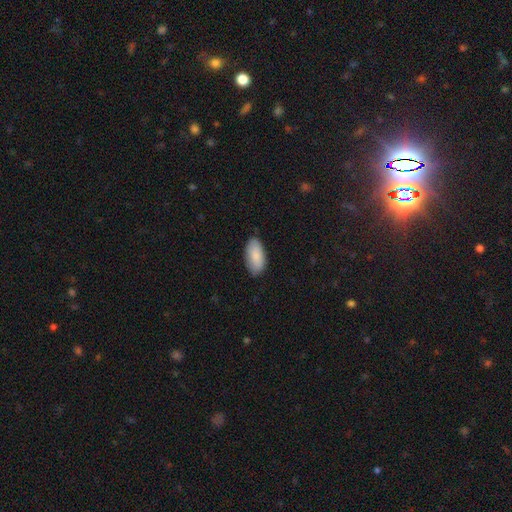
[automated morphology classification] type=smooth (87%); roundness=in between (94%); merging=none (83%).